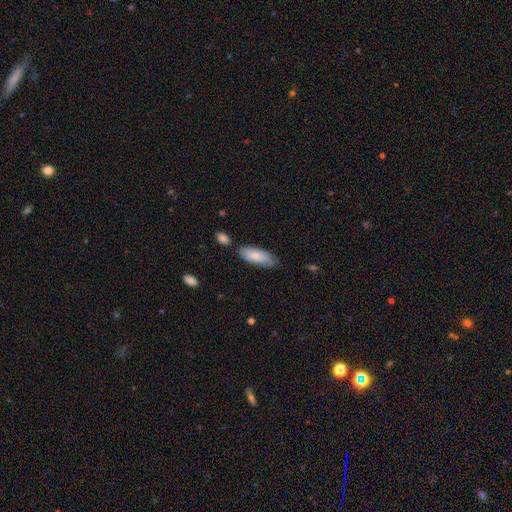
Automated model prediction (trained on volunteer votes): Q: Smooth or featured?
A: smooth (79%); runner-up: featured or disk (15%)
Q: How rounded?
A: in between (76%); runner-up: cigar-shaped (22%)
Q: Merging?
A: none (69%); runner-up: minor disturbance (22%)